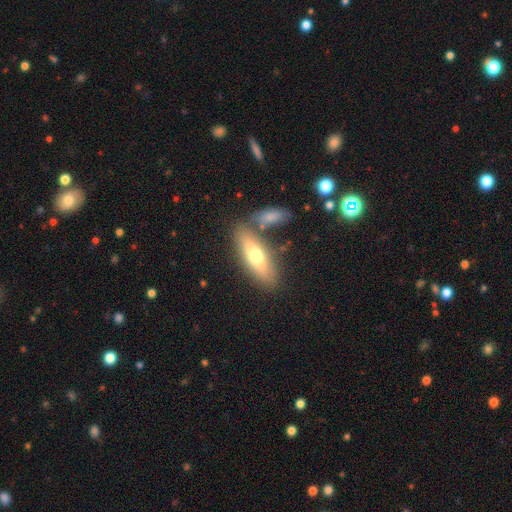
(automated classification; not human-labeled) Smooth or featured: smooth — 60% (featured or disk — 33%)
How rounded: in between — 53% (cigar-shaped — 45%)
Merging: none — 70% (merger — 15%)